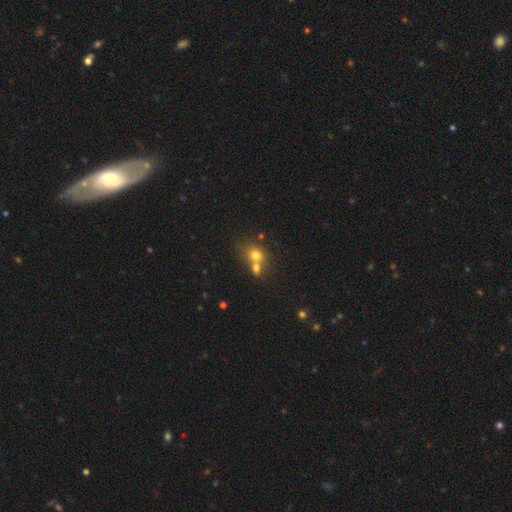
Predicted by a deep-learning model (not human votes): This appears to be a smooth galaxy with no disk features (73%) that is round (65%). Merging: merger (59%).